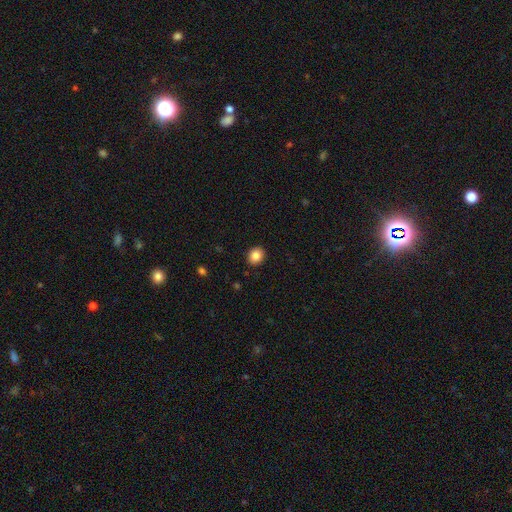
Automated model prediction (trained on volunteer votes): Overall: smooth (85%). How rounded: round (73%). Merging: none (91%).